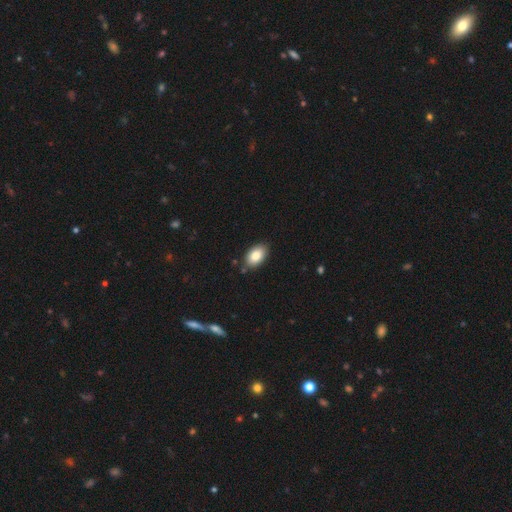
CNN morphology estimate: Overall: smooth (84%). How rounded: in between (93%). Merging: none (84%).